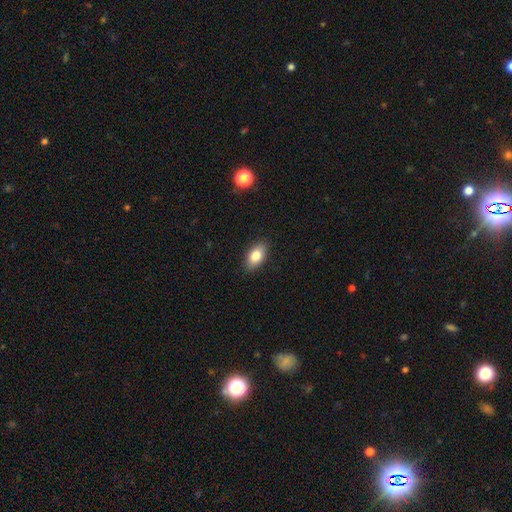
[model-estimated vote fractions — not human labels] Q: Smooth or featured?
A: smooth (82%); runner-up: featured or disk (11%)
Q: How rounded?
A: in between (92%); runner-up: round (6%)
Q: Merging?
A: none (88%); runner-up: minor disturbance (9%)